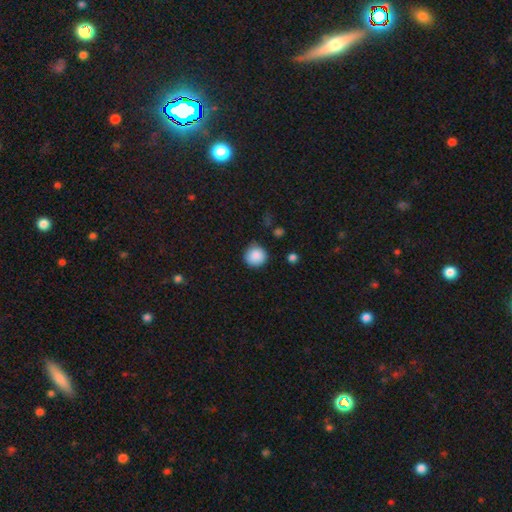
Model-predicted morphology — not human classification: Smooth or featured: smooth — 88% (star or artifact — 9%)
How rounded: round — 94% (in between — 5%)
Merging: none — 85% (minor disturbance — 10%)